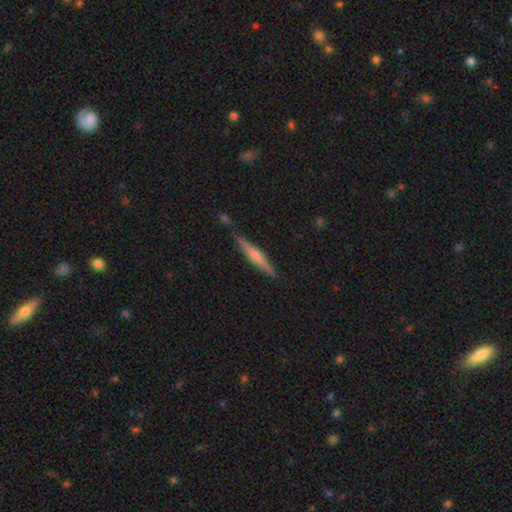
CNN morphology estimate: This is possibly a featured or disk galaxy (56%). It is clearly viewed edge-on (97%). Edge-on bulge: likely rounded (62%). Merging: clearly none (82%).